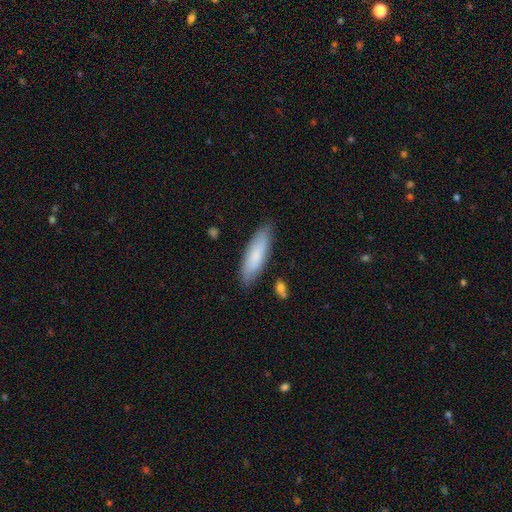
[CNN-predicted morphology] This is likely a smooth galaxy (75%). How rounded: possibly cigar-shaped (52%). Merging: clearly none (82%).